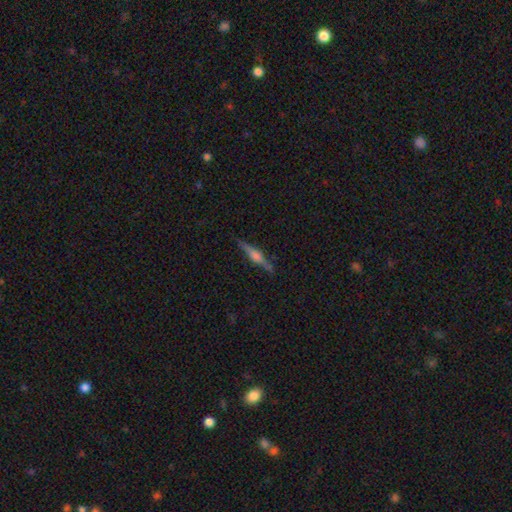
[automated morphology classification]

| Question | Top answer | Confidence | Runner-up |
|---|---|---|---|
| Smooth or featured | featured or disk | 76% | smooth (17%) |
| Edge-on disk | yes | 98% | no (2%) |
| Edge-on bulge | rounded | 80% | boxy (15%) |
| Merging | none | 88% | minor disturbance (9%) |